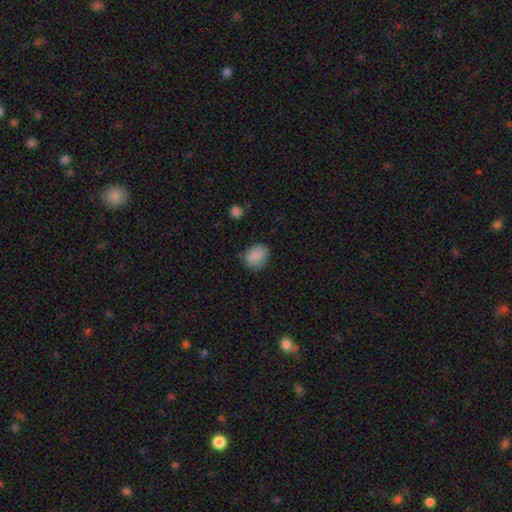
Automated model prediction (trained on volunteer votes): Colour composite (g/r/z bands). It shows a smooth galaxy with no disk features (87%) that is round (56%). Merging: none (74%).